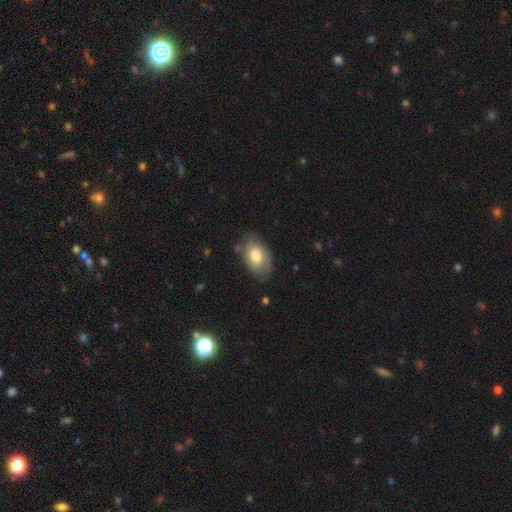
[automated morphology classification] Smooth or featured? Predicted: smooth (p=0.74). How rounded? Predicted: in between (p=0.91). Merging? Predicted: none (p=0.70).